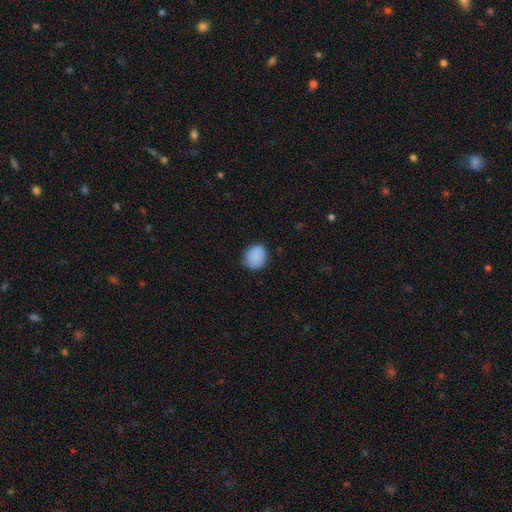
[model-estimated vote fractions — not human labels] A smooth galaxy with no disk features (88%) that is round (73%). Merging: none (83%).